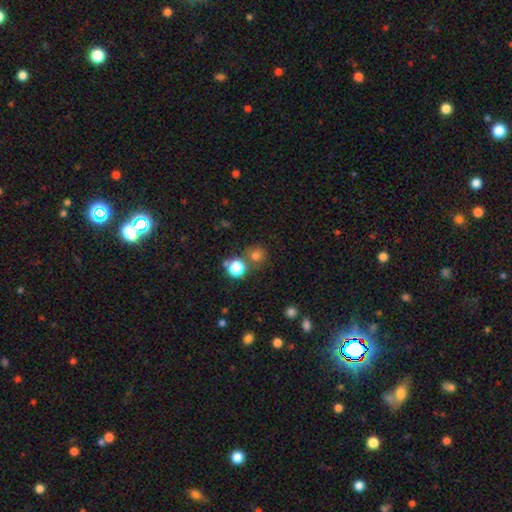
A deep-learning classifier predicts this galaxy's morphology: This appears to be a smooth galaxy with no disk features (72%) that is round (90%). Merging: none (69%).